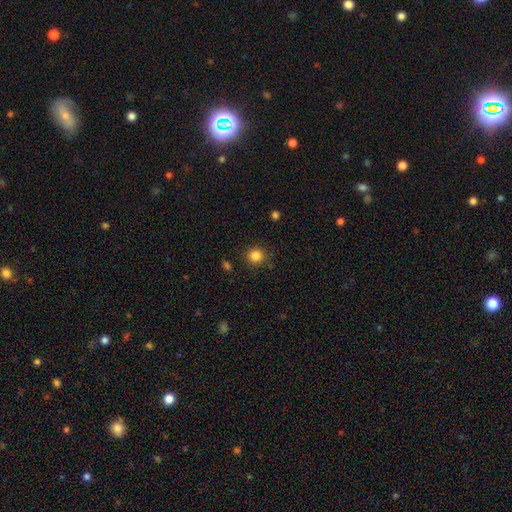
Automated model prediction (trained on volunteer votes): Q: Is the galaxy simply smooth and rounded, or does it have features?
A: smooth — 84%.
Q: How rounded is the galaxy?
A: round — 91%.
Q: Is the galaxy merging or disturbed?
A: none — 86%.